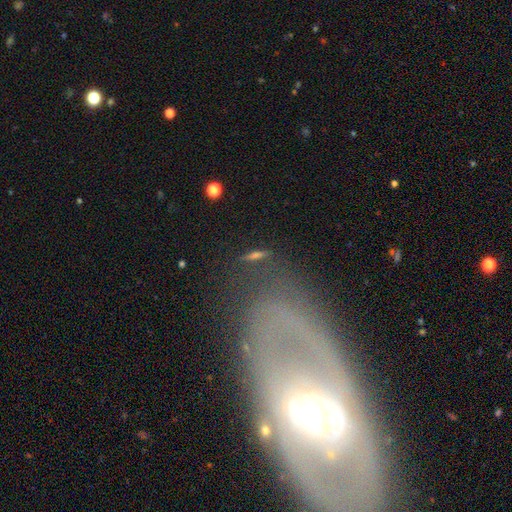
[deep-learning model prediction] smooth-or-featured: featured or disk: 40% | smooth: 37% | star or artifact: 23%
  merging: none: 64% | minor disturbance: 16% | major disturbance: 12% | merger: 8%